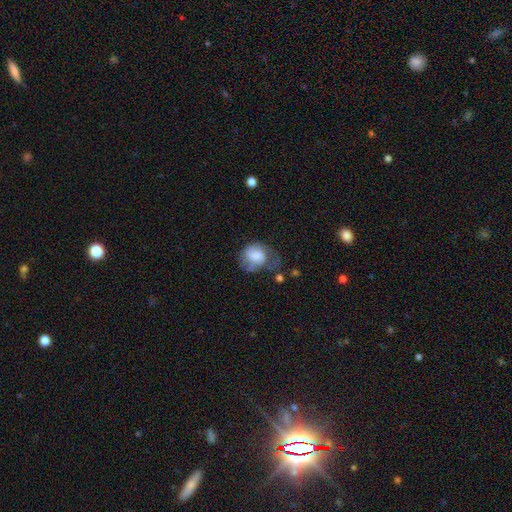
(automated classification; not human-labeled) Morphology: type=smooth (65%); roundness=round (58%); merging=minor disturbance (32%, tied with none).